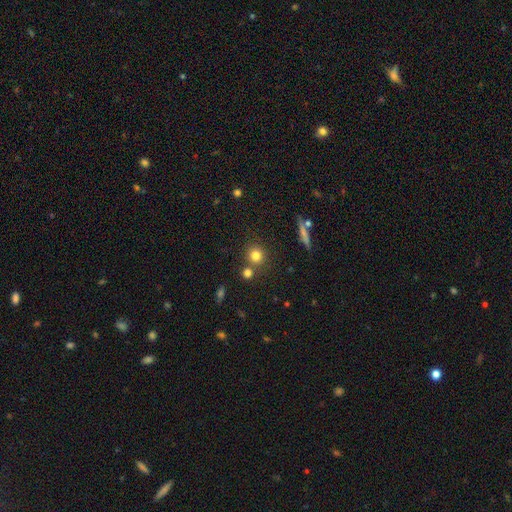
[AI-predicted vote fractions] smooth-or-featured: smooth: 79% | star or artifact: 13% | featured or disk: 9%
  how-rounded: round: 88% | in between: 10% | cigar-shaped: 2%
  merging: none: 73% | merger: 15% | minor disturbance: 8% | major disturbance: 3%